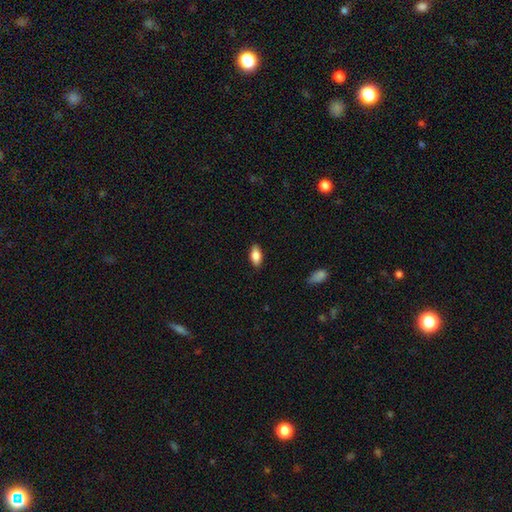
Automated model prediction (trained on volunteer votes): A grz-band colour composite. It shows a smooth galaxy with no disk features (79%) that is in between round and cigar-shaped (88%). Merging: none (86%).